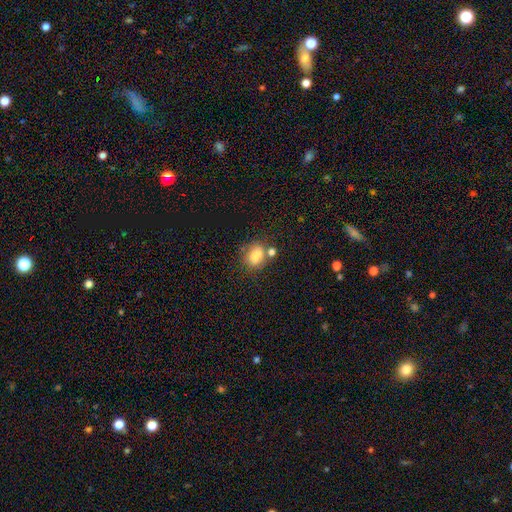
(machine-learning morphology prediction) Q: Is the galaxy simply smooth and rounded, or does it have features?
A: smooth — 79%.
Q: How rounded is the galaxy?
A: in between — 61%.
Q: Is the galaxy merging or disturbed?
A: none — 55%.